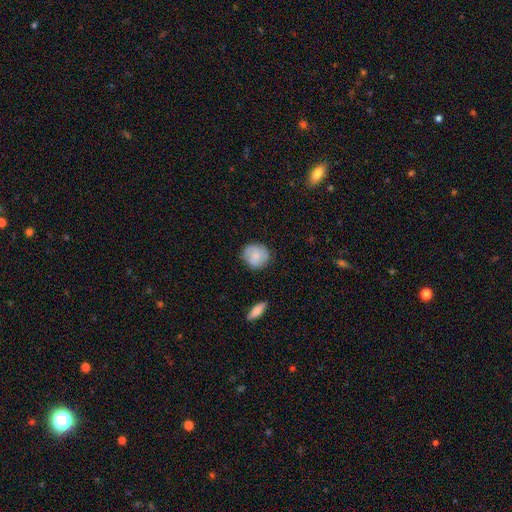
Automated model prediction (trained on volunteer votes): Smooth or featured?
  - smooth: 74% *
  - featured or disk: 19%
  - star or artifact: 7%
How rounded?
  - round: 85% *
  - in between: 14%
  - cigar-shaped: 1%
Merging?
  - none: 80% *
  - minor disturbance: 16%
  - major disturbance: 3%
  - merger: 2%